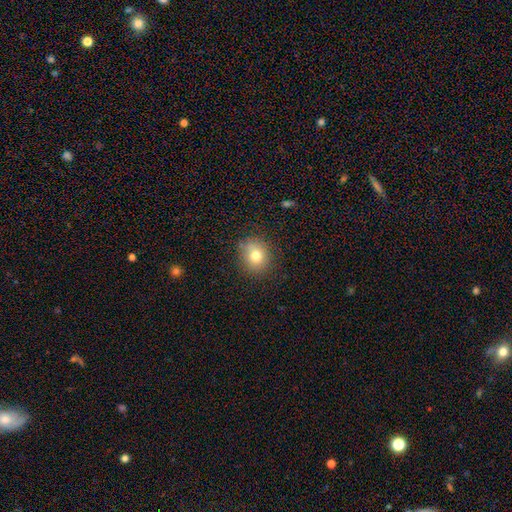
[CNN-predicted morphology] Smooth or featured?
  - smooth: 76% *
  - star or artifact: 13%
  - featured or disk: 11%
How rounded?
  - round: 79% *
  - in between: 20%
  - cigar-shaped: 1%
Merging?
  - none: 83% *
  - minor disturbance: 12%
  - major disturbance: 3%
  - merger: 2%